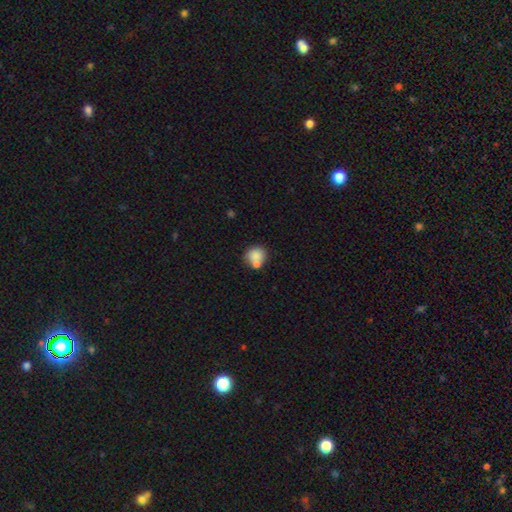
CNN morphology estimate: Q: Smooth or featured?
A: smooth (81%); runner-up: featured or disk (11%)
Q: How rounded?
A: round (79%); runner-up: in between (20%)
Q: Merging?
A: none (51%); runner-up: merger (32%)